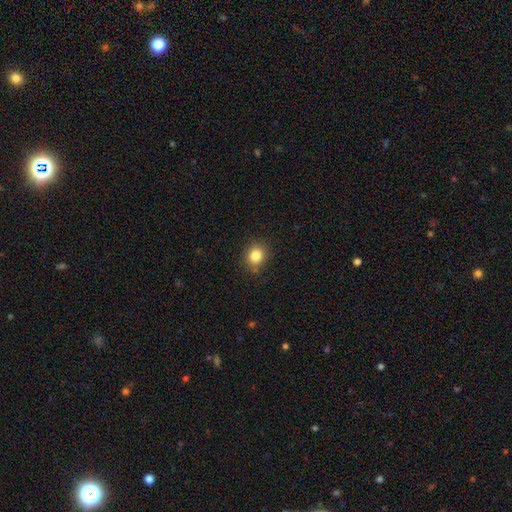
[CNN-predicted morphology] smooth_or_featured: smooth (p=0.83) [alt: star or artifact p=0.11]
how_rounded: round (p=0.77) [alt: in between p=0.22]
merging: none (p=0.84) [alt: minor disturbance p=0.11]